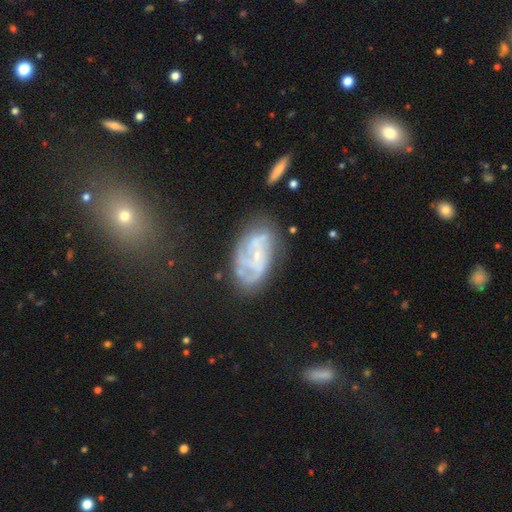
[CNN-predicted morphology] This is likely a featured or disk galaxy (76%). It is clearly not viewed edge-on (96%). Bar: likely no (60%). Spiral arm pattern: clearly yes (86%). Spiral arm count: marginally can't tell (31%). Spiral winding: marginally medium (42%). Central bulge: likely small (72%). Merging: possibly none (58%).